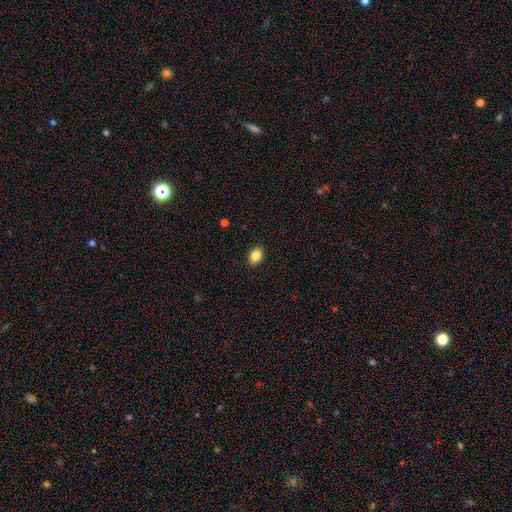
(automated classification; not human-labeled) Morphology: type=smooth (86%); roundness=in between (79%); merging=none (89%).